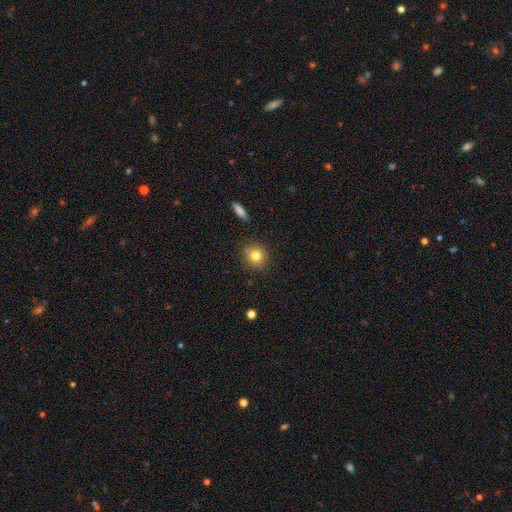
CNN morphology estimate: This is clearly a smooth galaxy (81%). How rounded: clearly round (84%). Merging: clearly none (87%).